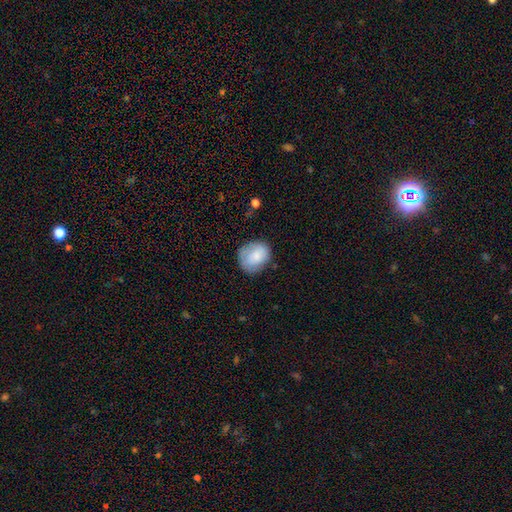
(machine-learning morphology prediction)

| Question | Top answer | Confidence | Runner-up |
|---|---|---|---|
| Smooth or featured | smooth | 75% | featured or disk (18%) |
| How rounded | round | 58% | in between (41%) |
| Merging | none | 67% | minor disturbance (24%) |